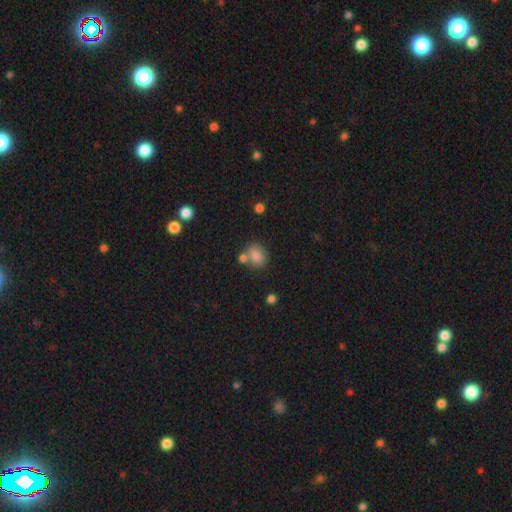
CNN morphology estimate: Q: Smooth or featured?
A: smooth (82%); runner-up: star or artifact (10%)
Q: How rounded?
A: in between (55%); runner-up: round (44%)
Q: Merging?
A: none (59%); runner-up: merger (22%)